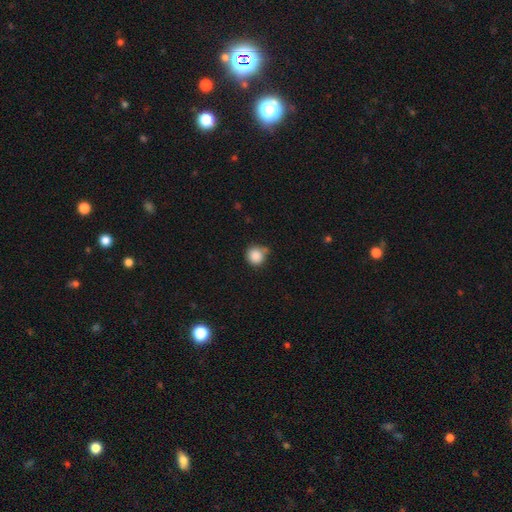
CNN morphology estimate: Smooth or featured?
  - smooth: 86% *
  - star or artifact: 9%
  - featured or disk: 4%
How rounded?
  - round: 90% *
  - in between: 9%
  - cigar-shaped: 1%
Merging?
  - none: 63% *
  - minor disturbance: 24%
  - merger: 8%
  - major disturbance: 6%